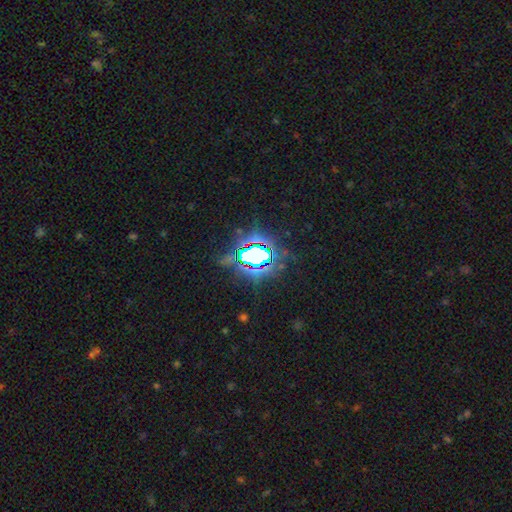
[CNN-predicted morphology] type=star or artifact (73%).